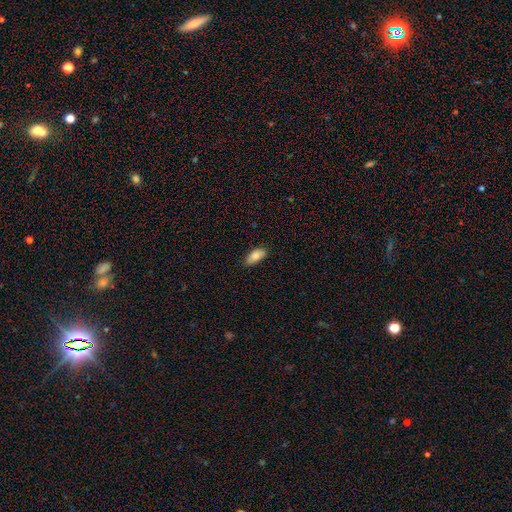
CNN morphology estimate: This appears to be a smooth galaxy with no disk features (86%) that is in between round and cigar-shaped (88%). Merging: none (84%).